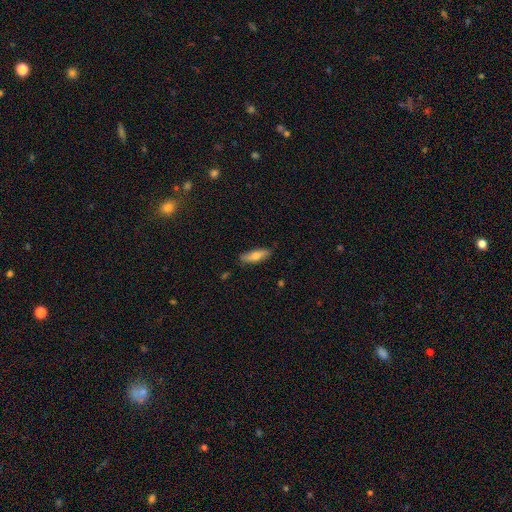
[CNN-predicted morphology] Smooth or featured?
  - smooth: 68% *
  - featured or disk: 25%
  - star or artifact: 6%
How rounded?
  - cigar-shaped: 52% *
  - in between: 46%
  - round: 2%
Merging?
  - none: 83% *
  - minor disturbance: 13%
  - major disturbance: 2%
  - merger: 1%